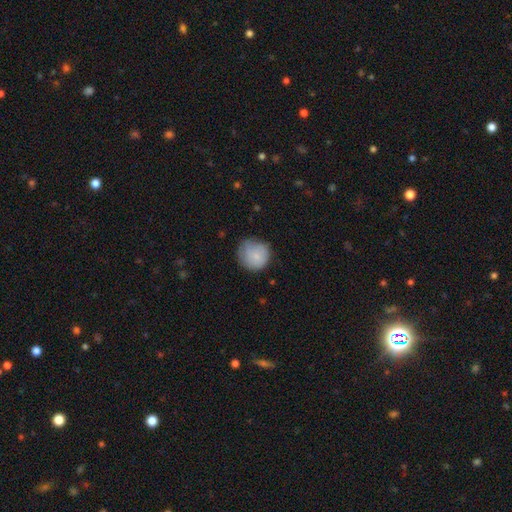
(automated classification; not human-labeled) Smooth or featured: smooth — 81% (featured or disk — 11%)
How rounded: round — 90% (in between — 9%)
Merging: none — 60% (minor disturbance — 30%)